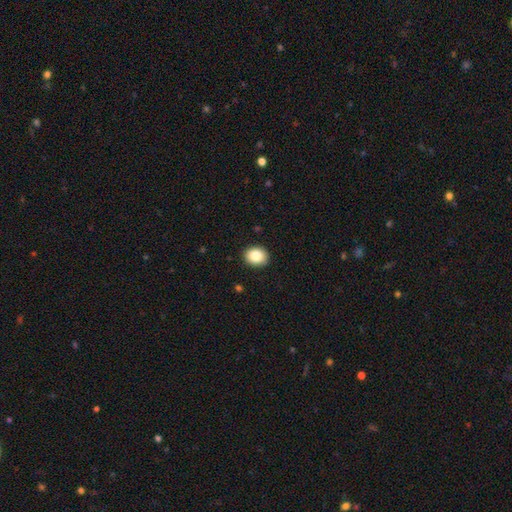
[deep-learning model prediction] smooth-or-featured: smooth: 85% | star or artifact: 9% | featured or disk: 6%
  how-rounded: round: 60% | in between: 39% | cigar-shaped: 1%
  merging: none: 90% | minor disturbance: 8% | major disturbance: 2% | merger: 1%